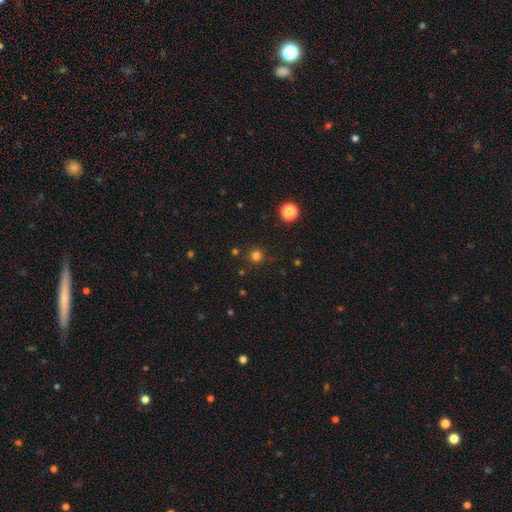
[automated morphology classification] smooth_or_featured: smooth (p=0.78) [alt: star or artifact p=0.18]
how_rounded: round (p=0.96) [alt: in between p=0.03]
merging: none (p=0.90) [alt: minor disturbance p=0.05]